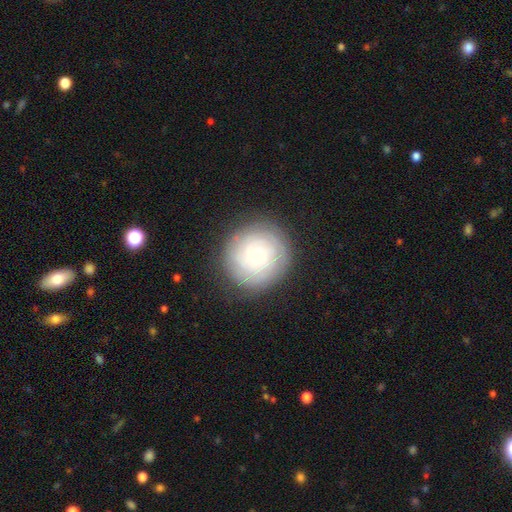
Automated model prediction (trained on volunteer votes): Q: Smooth or featured?
A: smooth (48%); runner-up: featured or disk (43%)
Q: Merging?
A: none (85%); runner-up: minor disturbance (10%)